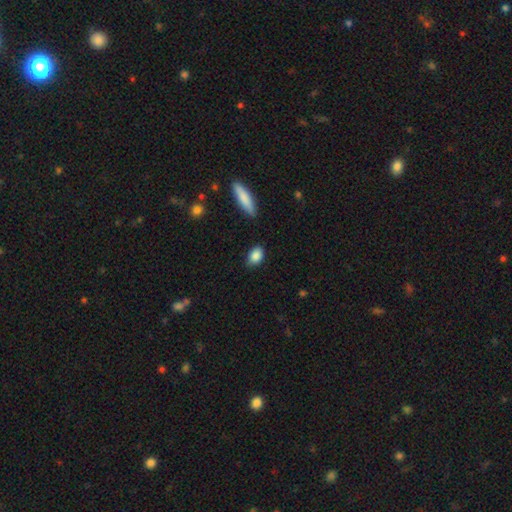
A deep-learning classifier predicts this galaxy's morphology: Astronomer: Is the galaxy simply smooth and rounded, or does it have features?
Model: smooth — 86%.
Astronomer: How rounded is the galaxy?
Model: in between — 82%.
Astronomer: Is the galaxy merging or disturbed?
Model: none — 82%.